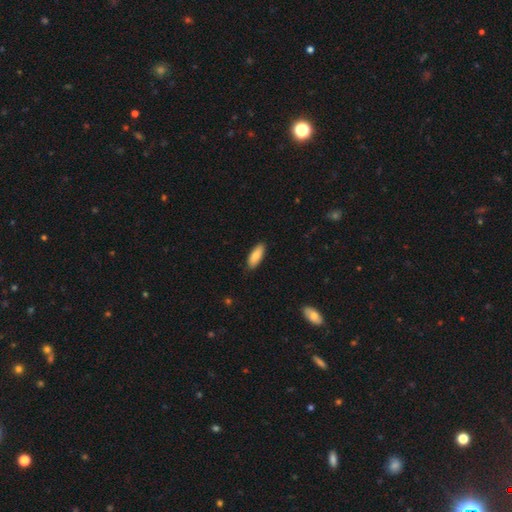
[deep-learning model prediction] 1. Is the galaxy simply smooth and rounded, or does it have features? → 84% smooth, 11% featured or disk, 6% star or artifact.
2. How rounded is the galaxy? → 73% in between, 26% cigar-shaped, 2% round.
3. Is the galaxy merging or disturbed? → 87% none, 10% minor disturbance, 2% major disturbance, 1% merger.